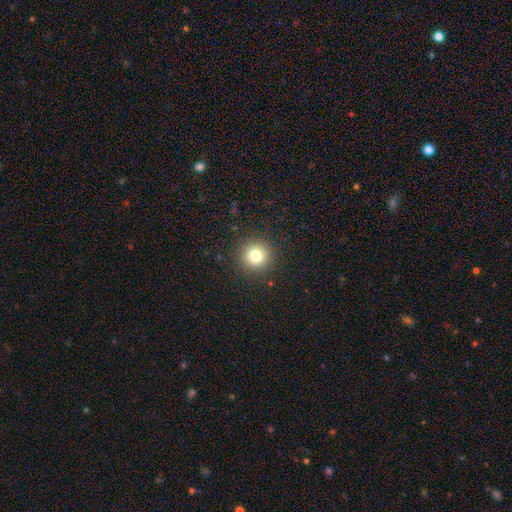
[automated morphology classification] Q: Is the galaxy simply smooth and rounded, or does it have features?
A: smooth — 79%.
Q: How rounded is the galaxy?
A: round — 95%.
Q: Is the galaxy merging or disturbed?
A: none — 91%.